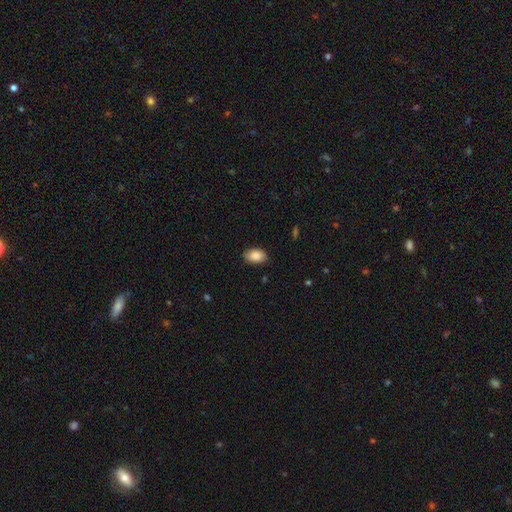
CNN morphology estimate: Smooth or featured: smooth — 88% (star or artifact — 7%)
How rounded: in between — 91% (round — 8%)
Merging: none — 85% (minor disturbance — 11%)